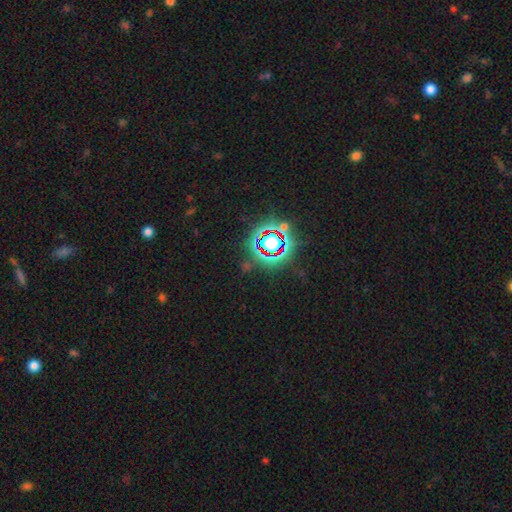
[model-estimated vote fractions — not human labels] A star or artifact, not a galaxy (83%).

Vote fractions:
- Smooth or featured? star or artifact: 83% / smooth: 10% / featured or disk: 7%